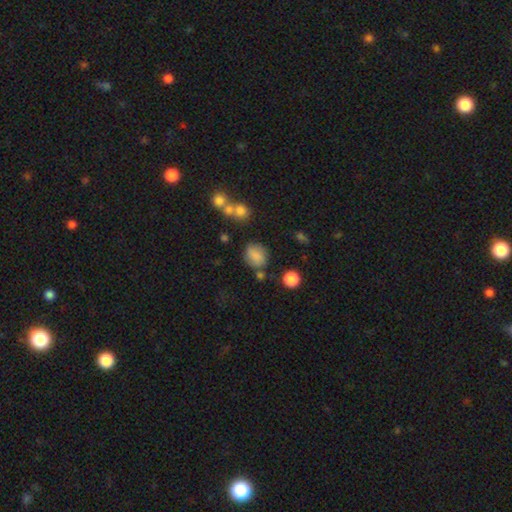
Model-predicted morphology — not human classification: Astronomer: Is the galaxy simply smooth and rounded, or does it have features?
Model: smooth — 78%.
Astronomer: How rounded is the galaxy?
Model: round — 58% (runner-up: in between, 40%).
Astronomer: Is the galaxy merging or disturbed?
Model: none — 67%.